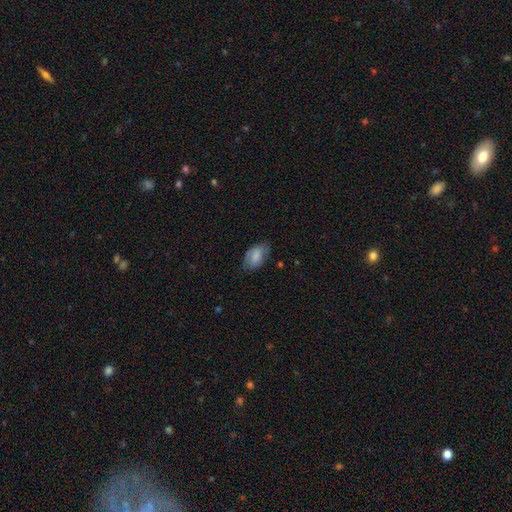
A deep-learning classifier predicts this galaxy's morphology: Smooth or featured?
  - smooth: 70% *
  - featured or disk: 23%
  - star or artifact: 7%
How rounded?
  - in between: 91% *
  - round: 7%
  - cigar-shaped: 2%
Merging?
  - none: 65% *
  - minor disturbance: 26%
  - major disturbance: 7%
  - merger: 1%